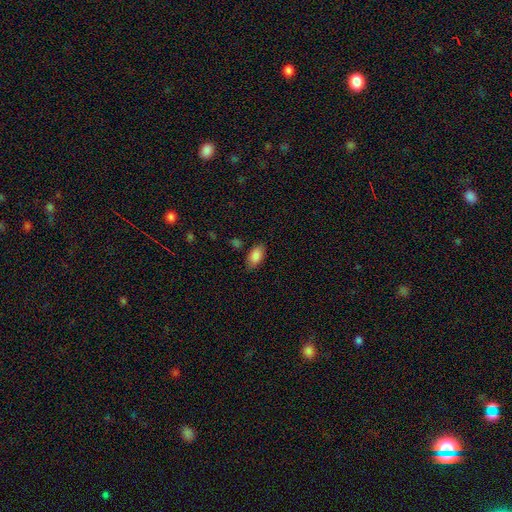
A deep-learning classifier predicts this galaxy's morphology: smooth_or_featured: smooth (p=0.86) [alt: star or artifact p=0.07]
how_rounded: in between (p=0.93) [alt: round p=0.04]
merging: none (p=0.80) [alt: minor disturbance p=0.14]